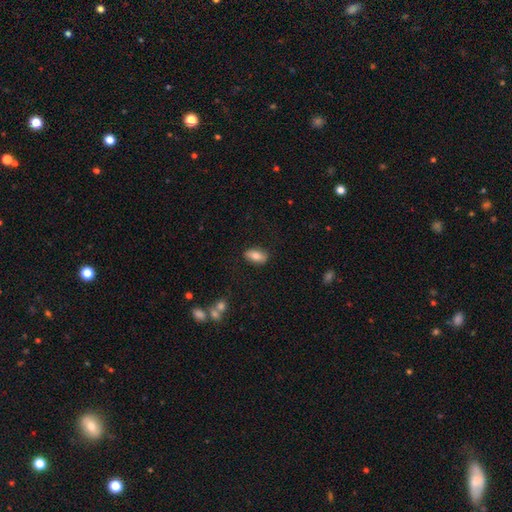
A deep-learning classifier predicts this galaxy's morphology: Smooth or featured? Predicted: smooth (p=0.77). How rounded? Predicted: in between (p=0.87). Merging? Predicted: none (p=0.84).